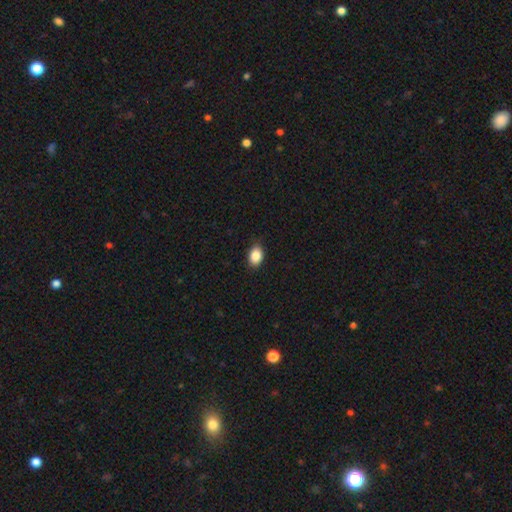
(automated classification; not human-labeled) Smooth or featured? smooth (87%)
How rounded? in between (78%)
Merging? none (86%)